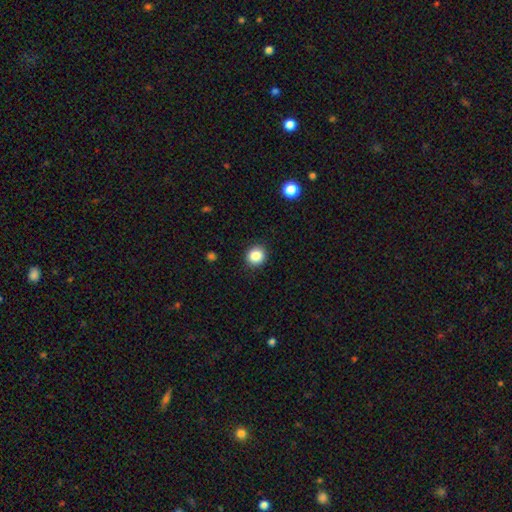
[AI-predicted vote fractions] Smooth or featured: smooth — 86% (star or artifact — 10%)
How rounded: round — 82% (in between — 17%)
Merging: none — 90% (minor disturbance — 7%)